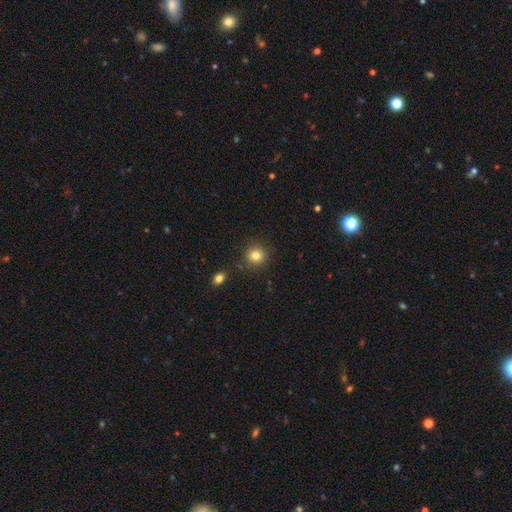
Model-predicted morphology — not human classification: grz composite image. It shows a smooth galaxy with no disk features (82%) that is round (90%). Merging: none (86%).